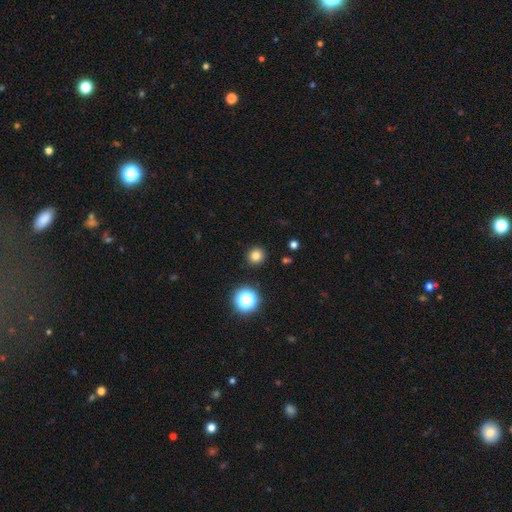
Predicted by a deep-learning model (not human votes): This appears to be a smooth galaxy with no disk features (78%) that is round (93%). Merging: none (91%).